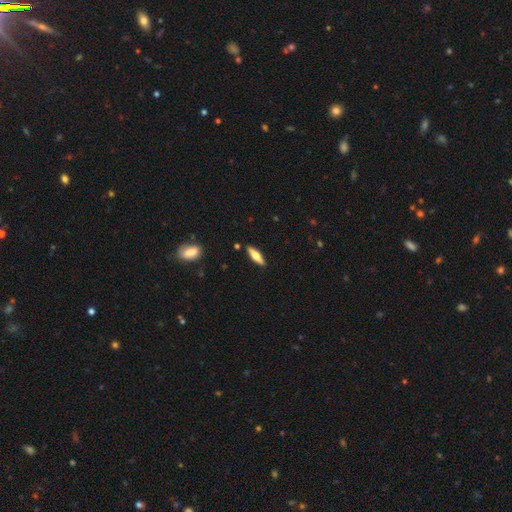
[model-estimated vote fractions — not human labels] smooth 50%, featured or disk 44%, star or artifact 6%. Down the decision tree: merging — none (89%).